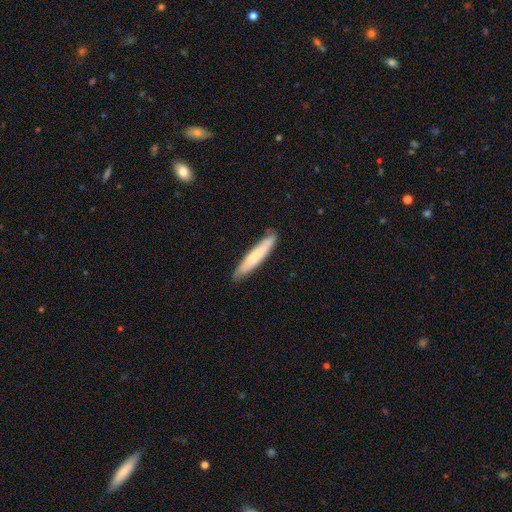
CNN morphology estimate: A smooth galaxy with no disk features (69%) that is cigar-shaped (92%). Merging: none (83%).